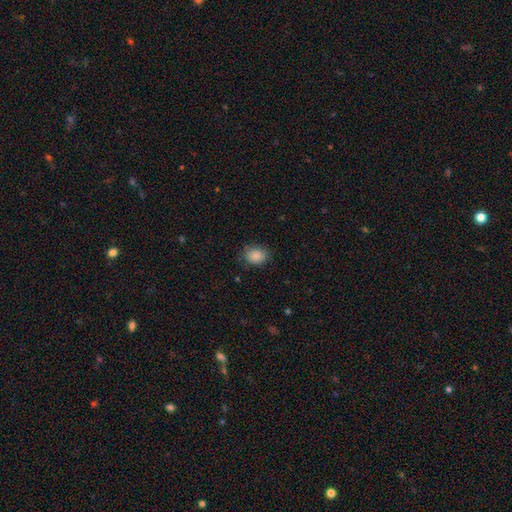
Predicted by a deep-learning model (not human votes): Smooth or featured: smooth — 87% (star or artifact — 8%)
How rounded: in between — 54% (round — 45%)
Merging: none — 79% (minor disturbance — 17%)